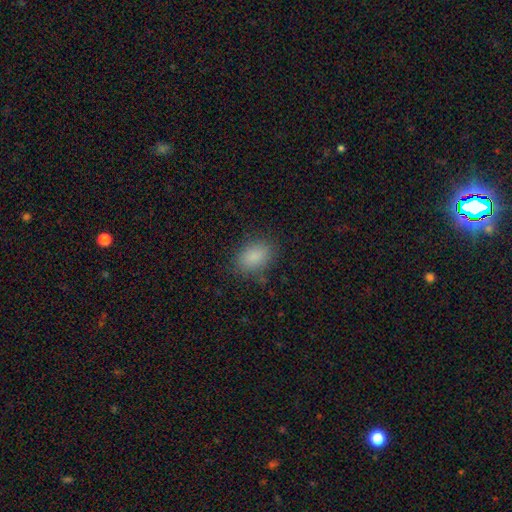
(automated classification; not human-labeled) Morphology: type=smooth (86%); roundness=in between (81%); merging=none (81%).